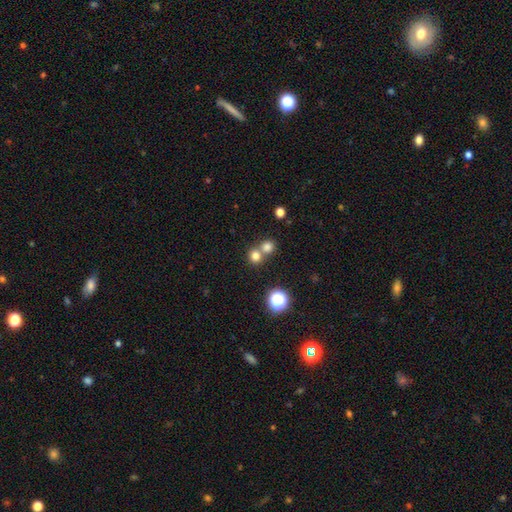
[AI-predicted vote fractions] A smooth galaxy with no disk features (76%) that is round (88%). Merging: none (52%).